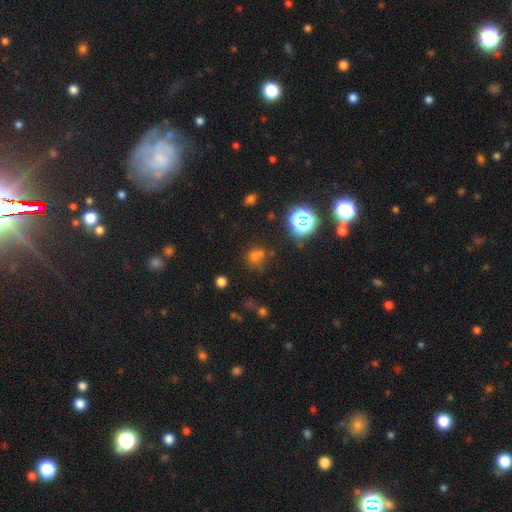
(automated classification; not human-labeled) smooth 54%, star or artifact 37%, featured or disk 9%. Down the decision tree: how rounded — round (75%); merging — none (61%).